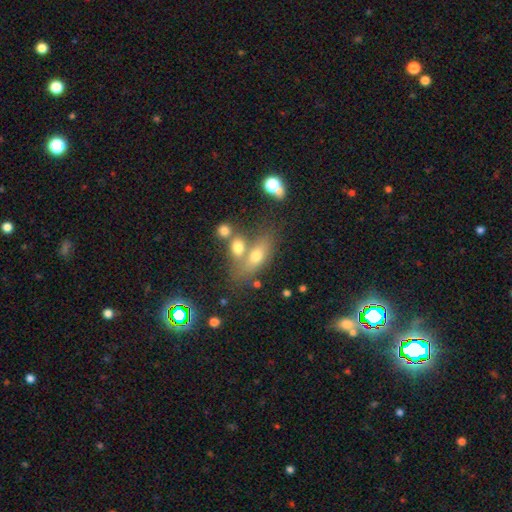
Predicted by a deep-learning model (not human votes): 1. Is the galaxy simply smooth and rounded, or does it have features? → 38% smooth, 34% star or artifact, 28% featured or disk.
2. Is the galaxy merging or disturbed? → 51% none, 27% merger, 13% minor disturbance, 9% major disturbance.